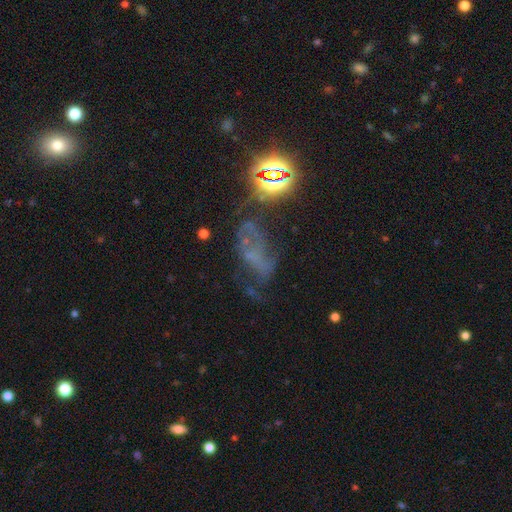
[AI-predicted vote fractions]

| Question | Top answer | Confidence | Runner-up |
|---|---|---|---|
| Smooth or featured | featured or disk | 38% | tied: star or artifact (38%) |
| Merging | none | 36% | major disturbance (34%) |